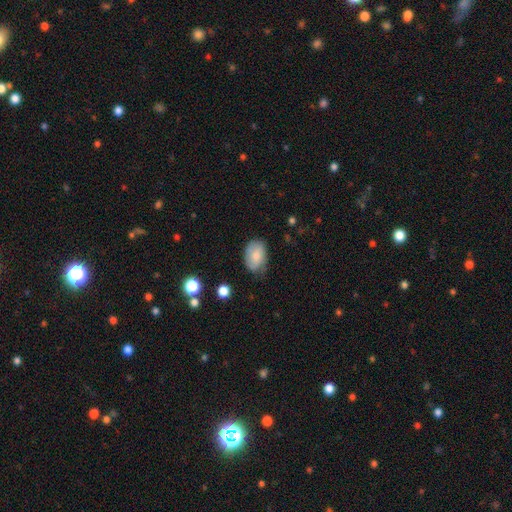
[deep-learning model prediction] This is likely a smooth galaxy (67%). How rounded: clearly in between (84%). Merging: likely none (61%).